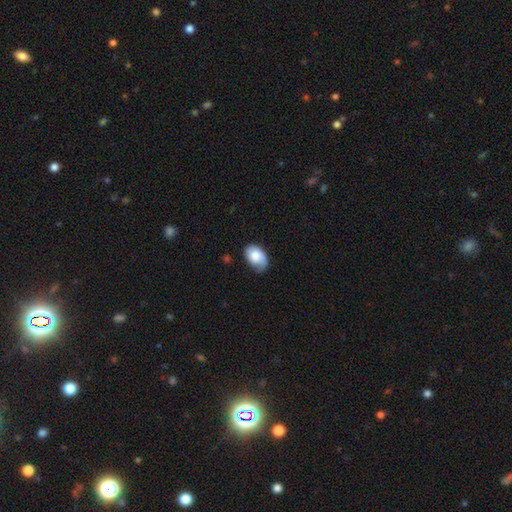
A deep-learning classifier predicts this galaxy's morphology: Q: Smooth or featured?
A: smooth (70%); runner-up: featured or disk (24%)
Q: How rounded?
A: in between (83%); runner-up: round (16%)
Q: Merging?
A: none (48%); runner-up: minor disturbance (37%)